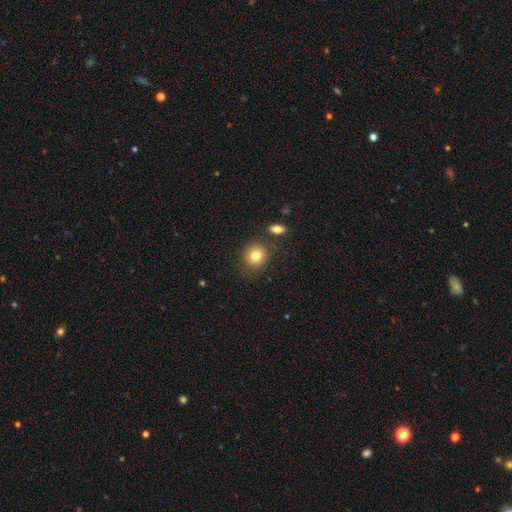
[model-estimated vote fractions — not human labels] smooth-or-featured: smooth: 81% | star or artifact: 11% | featured or disk: 8%
  how-rounded: round: 83% | in between: 16% | cigar-shaped: 1%
  merging: none: 79% | minor disturbance: 11% | merger: 7% | major disturbance: 4%